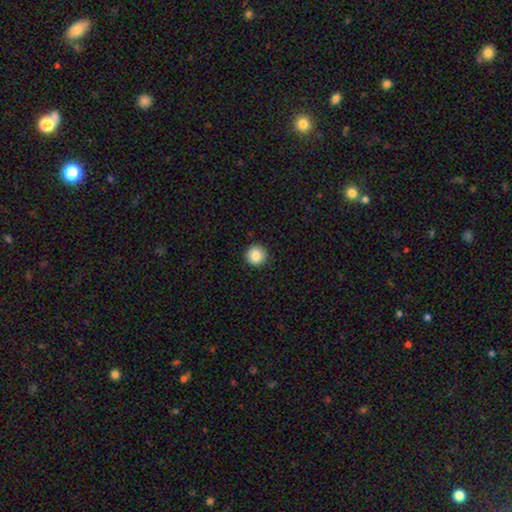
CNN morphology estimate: Smooth or featured? Predicted: smooth (p=0.85). How rounded? Predicted: round (p=0.96). Merging? Predicted: none (p=0.93).